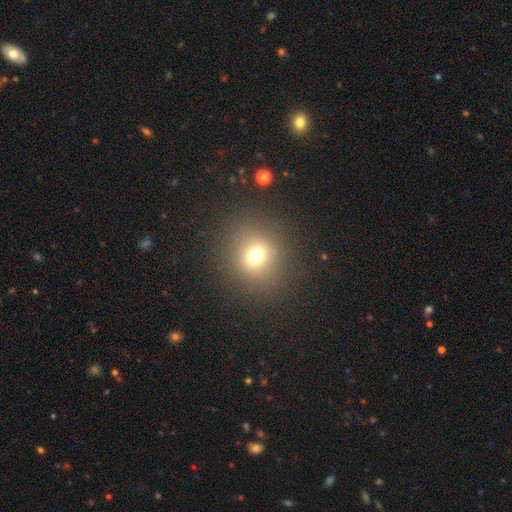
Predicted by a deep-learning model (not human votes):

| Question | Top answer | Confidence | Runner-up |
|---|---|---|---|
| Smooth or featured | smooth | 70% | star or artifact (20%) |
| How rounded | round | 81% | in between (18%) |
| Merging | none | 85% | minor disturbance (8%) |